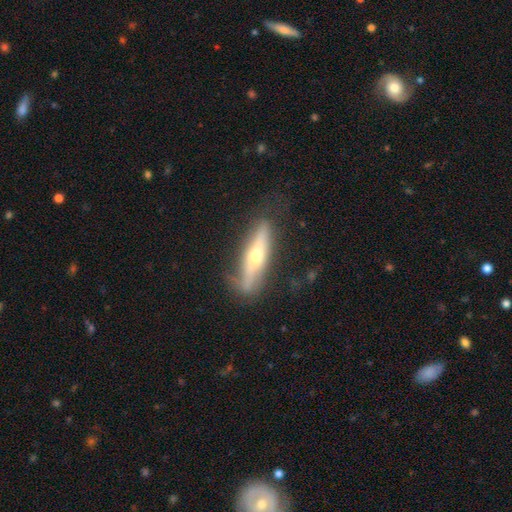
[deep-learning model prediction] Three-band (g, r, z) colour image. It shows a featured or disk galaxy (62%) viewed edge-on (81%) with a rounded central bulge (88%). Merging: none (75%).